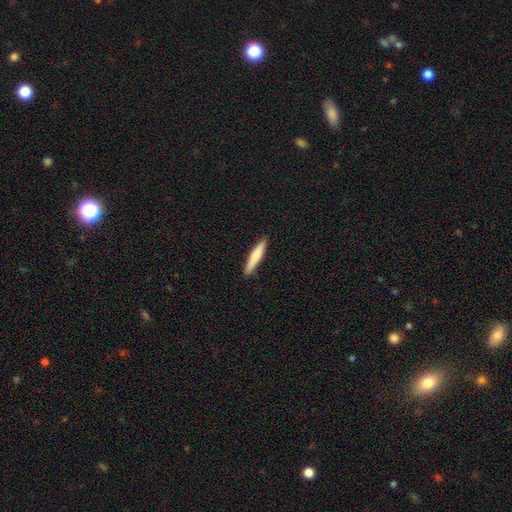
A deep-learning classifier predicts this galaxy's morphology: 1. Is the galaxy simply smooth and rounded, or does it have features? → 68% smooth, 27% featured or disk, 5% star or artifact.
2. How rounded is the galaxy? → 92% cigar-shaped, 7% in between, 1% round.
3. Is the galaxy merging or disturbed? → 90% none, 8% minor disturbance, 1% major disturbance, 1% merger.